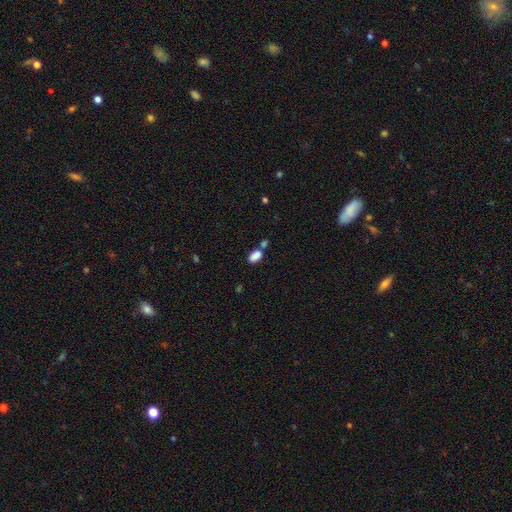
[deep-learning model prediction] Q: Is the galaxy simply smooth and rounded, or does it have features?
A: smooth — 85%.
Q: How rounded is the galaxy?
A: in between — 91%.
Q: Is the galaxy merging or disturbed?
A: none — 59%.